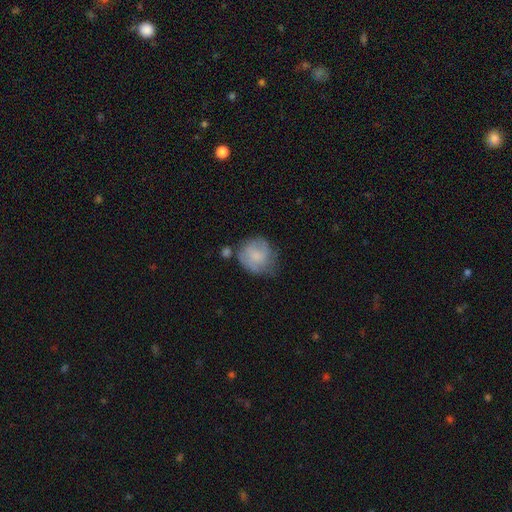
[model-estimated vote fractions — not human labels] smooth_or_featured: smooth (p=0.60) [alt: featured or disk p=0.33]
how_rounded: round (p=0.80) [alt: in between p=0.19]
merging: none (p=0.50) [alt: minor disturbance p=0.30]